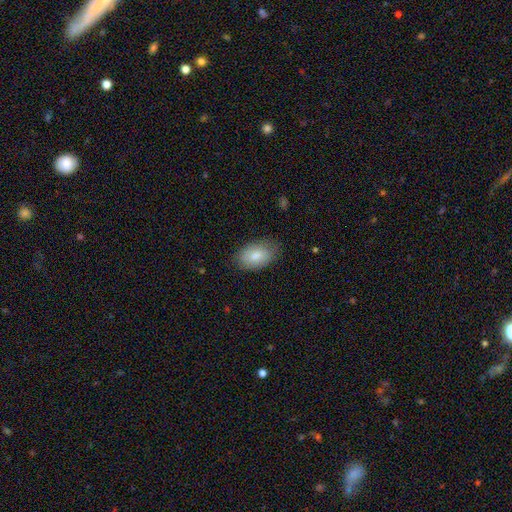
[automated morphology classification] smooth_or_featured: smooth (p=0.83) [alt: featured or disk p=0.10]
how_rounded: in between (p=0.91) [alt: round p=0.08]
merging: none (p=0.76) [alt: minor disturbance p=0.19]